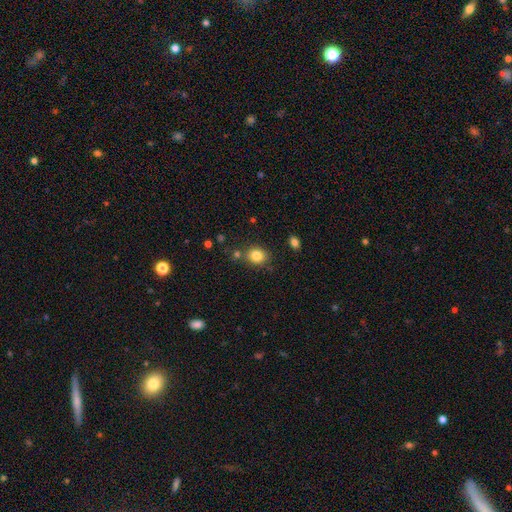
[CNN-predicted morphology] A smooth galaxy with no disk features (83%) that is round (67%).

Vote fractions:
- Smooth or featured? smooth: 83% / star or artifact: 11% / featured or disk: 6%
- How rounded? round: 67% / in between: 32% / cigar-shaped: 1%
- Merging? none: 77% / minor disturbance: 11% / merger: 8% / major disturbance: 3%